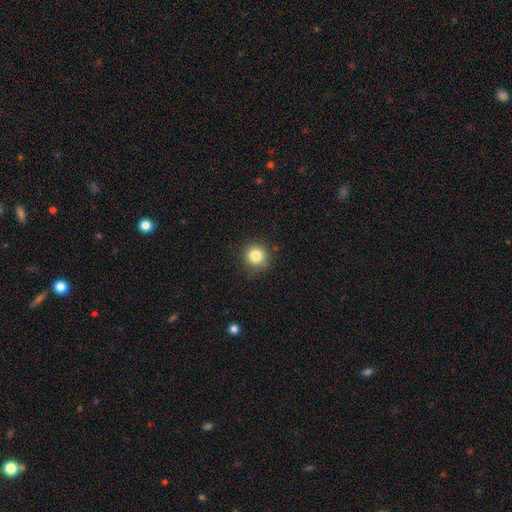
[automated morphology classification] type=smooth (83%); roundness=round (91%); merging=none (85%).